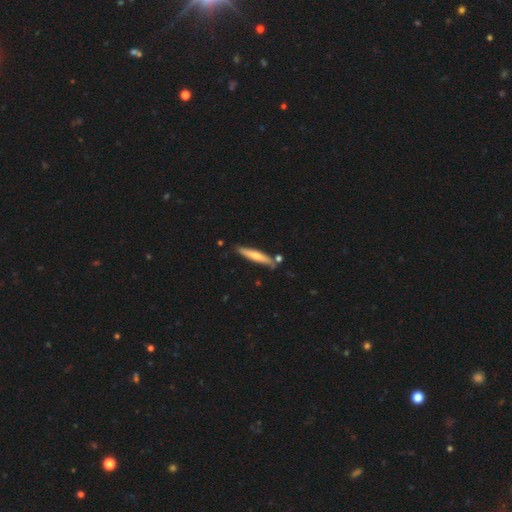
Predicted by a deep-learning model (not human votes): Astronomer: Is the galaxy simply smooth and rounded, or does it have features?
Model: smooth — 58% (runner-up: featured or disk, 37%).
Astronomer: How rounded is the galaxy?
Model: cigar-shaped — 91%.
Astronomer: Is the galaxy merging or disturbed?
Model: none — 76%.